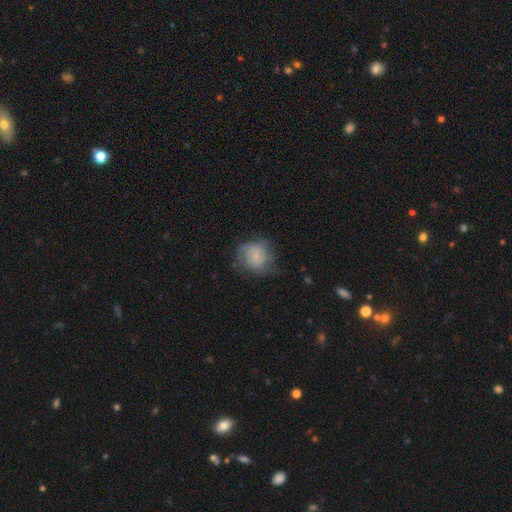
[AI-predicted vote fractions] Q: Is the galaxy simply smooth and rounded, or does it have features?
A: smooth — 57%.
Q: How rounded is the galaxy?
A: round — 80%.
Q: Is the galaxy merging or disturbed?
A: none — 53%.